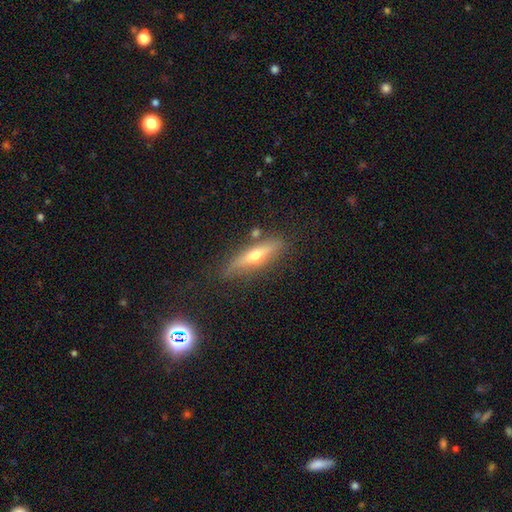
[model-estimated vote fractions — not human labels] Smooth or featured?
  - featured or disk: 52% *
  - smooth: 41%
  - star or artifact: 7%
Edge-on disk?
  - yes: 86% *
  - no: 14%
Merging?
  - none: 74% *
  - minor disturbance: 16%
  - merger: 5%
  - major disturbance: 4%